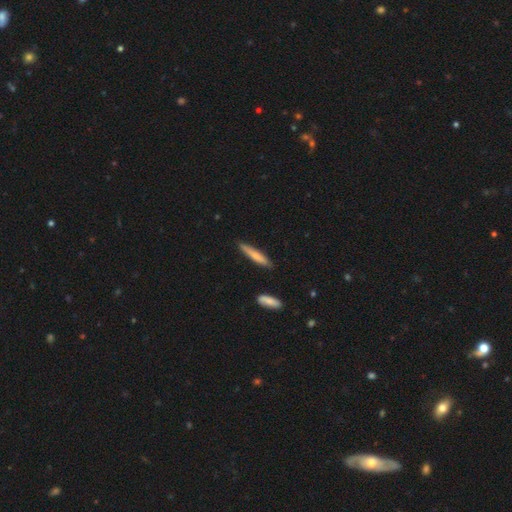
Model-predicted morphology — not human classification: Overall: smooth (70%). How rounded: cigar-shaped (90%). Merging: none (83%).